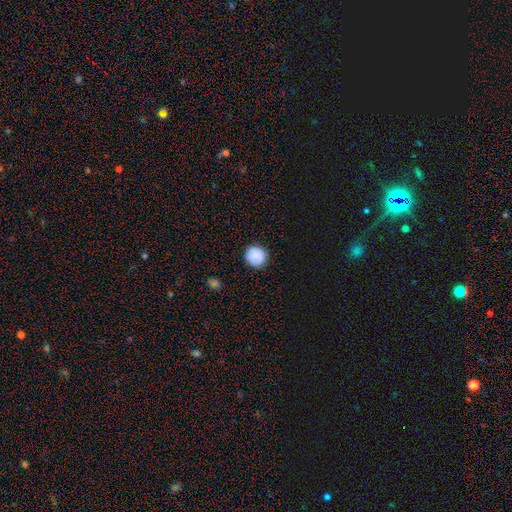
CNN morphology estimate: smooth-or-featured: smooth: 87% | star or artifact: 8% | featured or disk: 4%
  how-rounded: round: 91% | in between: 8% | cigar-shaped: 1%
  merging: none: 89% | minor disturbance: 8% | major disturbance: 2% | merger: 1%